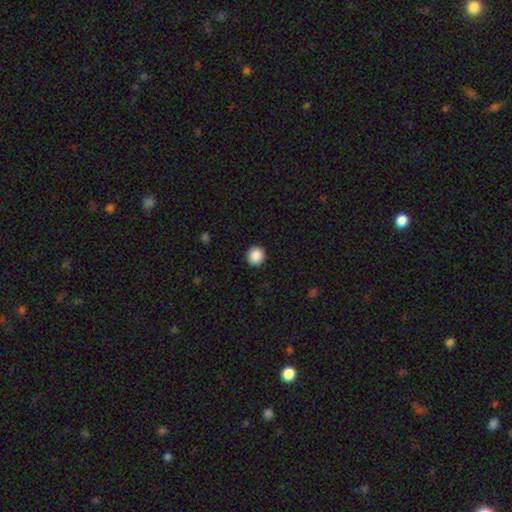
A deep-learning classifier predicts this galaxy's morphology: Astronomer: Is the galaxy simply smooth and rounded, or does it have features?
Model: smooth — 89%.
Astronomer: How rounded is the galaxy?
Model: round — 94%.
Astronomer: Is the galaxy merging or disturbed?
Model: none — 93%.